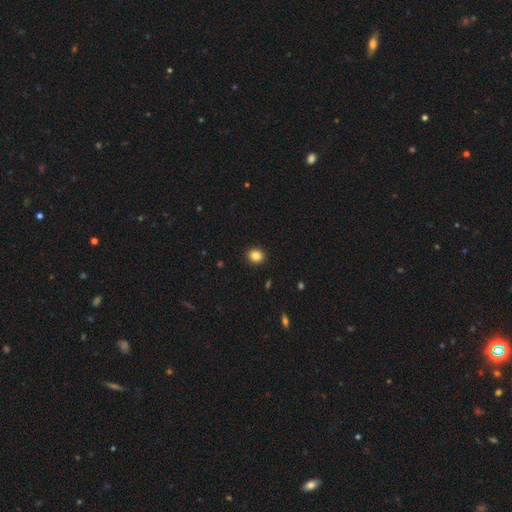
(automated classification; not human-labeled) Overall: smooth (86%). How rounded: round (68%; in between 31%). Merging: none (92%).